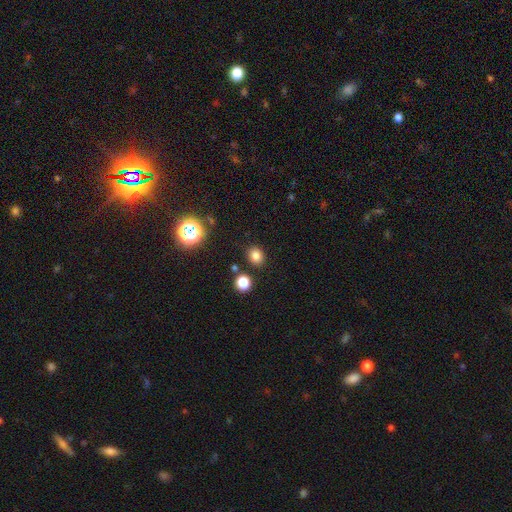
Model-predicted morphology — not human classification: smooth_or_featured: smooth (p=0.78) [alt: star or artifact p=0.16]
how_rounded: round (p=0.59) [alt: in between p=0.40]
merging: none (p=0.84) [alt: minor disturbance p=0.09]